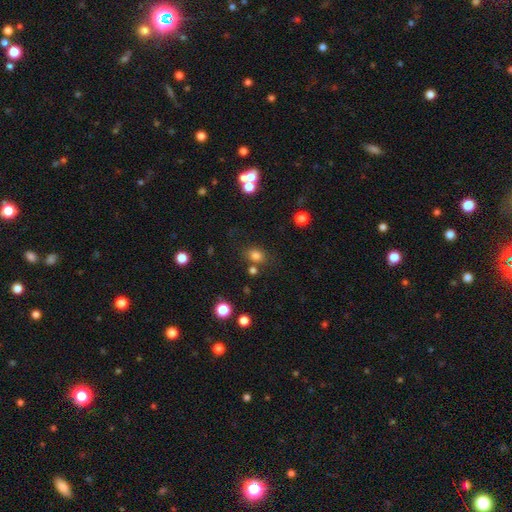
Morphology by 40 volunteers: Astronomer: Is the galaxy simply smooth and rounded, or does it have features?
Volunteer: smooth — 88%.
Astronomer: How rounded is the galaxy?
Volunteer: in between — 51% (runner-up: round, 49%).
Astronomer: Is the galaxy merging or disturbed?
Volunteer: none — 58%.